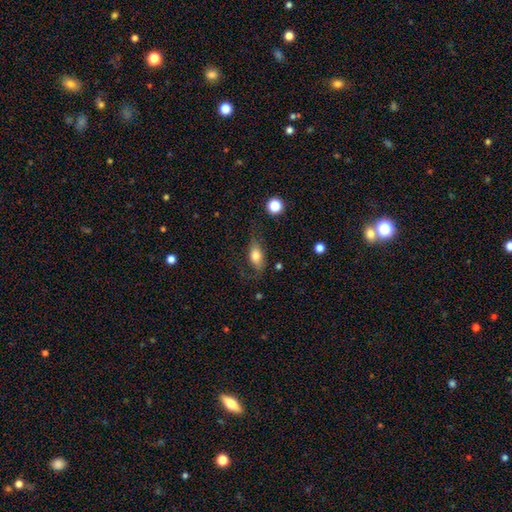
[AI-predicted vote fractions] Q: Smooth or featured?
A: smooth (73%); runner-up: featured or disk (19%)
Q: How rounded?
A: in between (84%); runner-up: cigar-shaped (9%)
Q: Merging?
A: none (63%); runner-up: minor disturbance (23%)